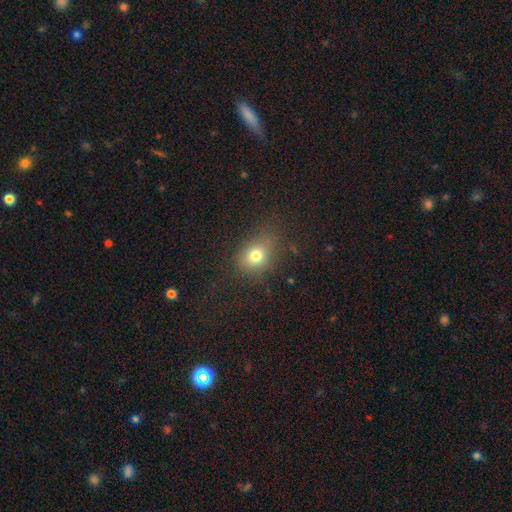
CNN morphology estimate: Smooth or featured?
  - smooth: 76% *
  - star or artifact: 15%
  - featured or disk: 9%
How rounded?
  - round: 55% *
  - in between: 44%
  - cigar-shaped: 1%
Merging?
  - none: 71% *
  - minor disturbance: 18%
  - major disturbance: 9%
  - merger: 2%